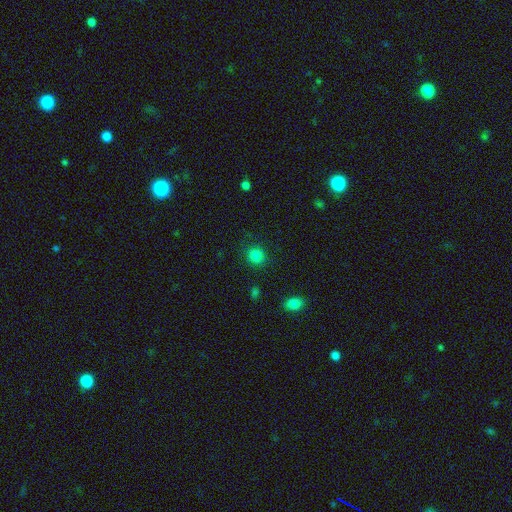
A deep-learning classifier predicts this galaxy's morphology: A smooth galaxy with no disk features (84%) that is round (89%).

Vote fractions:
- Smooth or featured? smooth: 84% / star or artifact: 12% / featured or disk: 4%
- How rounded? round: 89% / in between: 10% / cigar-shaped: 1%
- Merging? none: 89% / minor disturbance: 7% / major disturbance: 3% / merger: 1%